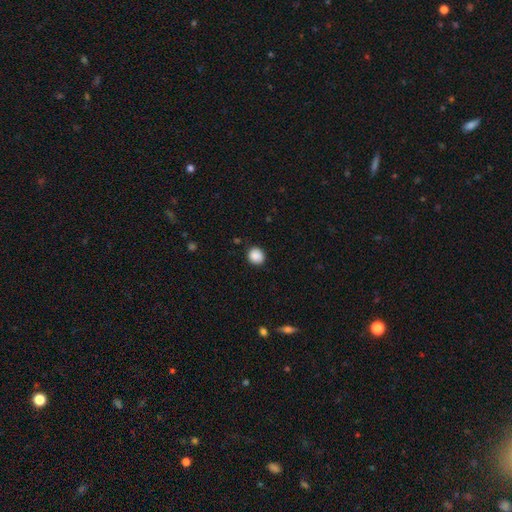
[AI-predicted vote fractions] Morphology: type=smooth (89%); roundness=round (78%); merging=none (87%).